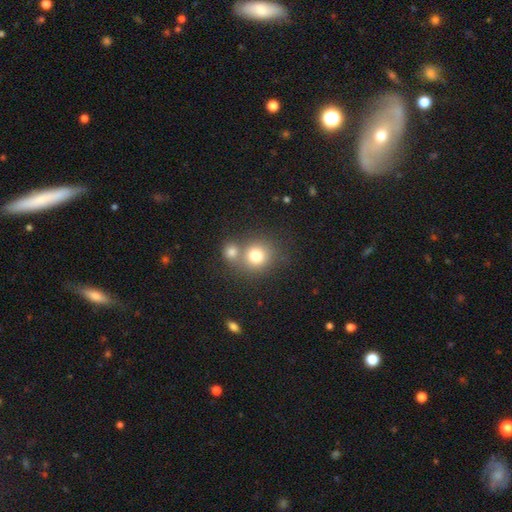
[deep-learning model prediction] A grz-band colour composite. It shows a smooth galaxy with no disk features (78%) that is round (85%). Merging: none (49%).